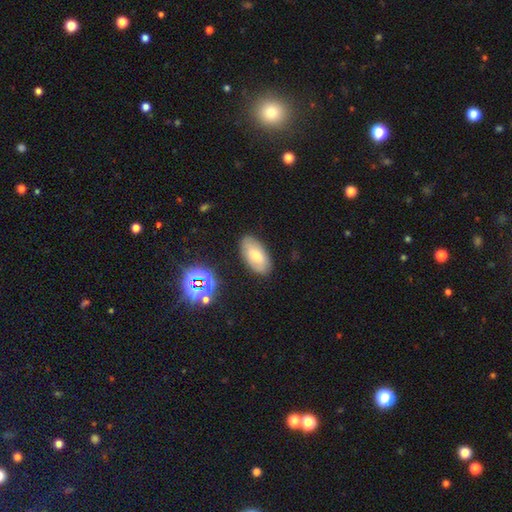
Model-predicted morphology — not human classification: A smooth galaxy with no disk features (60%) that is in between round and cigar-shaped (94%). Merging: none (85%).